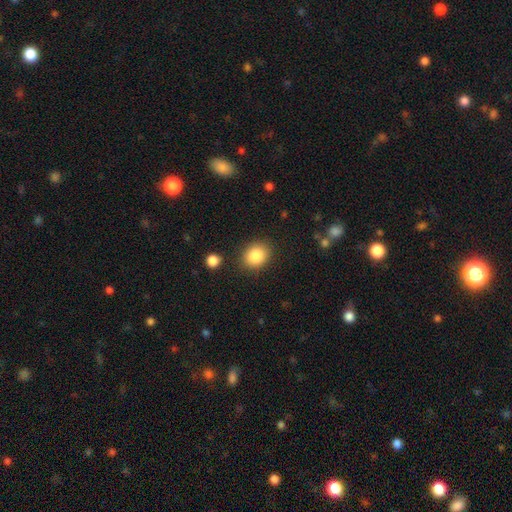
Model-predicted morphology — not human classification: type=smooth (87%); roundness=round (50%); merging=none (86%).